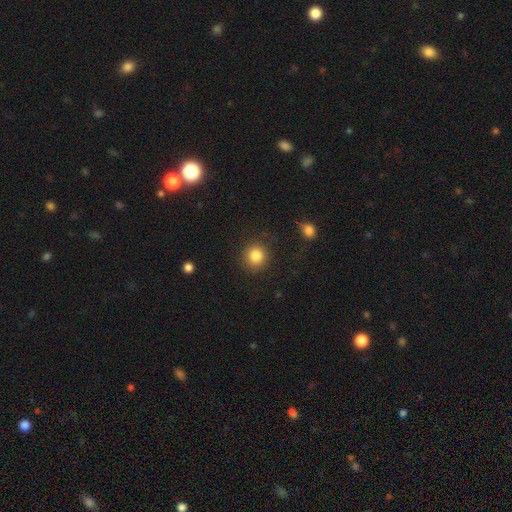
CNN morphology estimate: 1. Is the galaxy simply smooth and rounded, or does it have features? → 85% smooth, 10% star or artifact, 5% featured or disk.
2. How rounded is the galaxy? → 89% round, 10% in between, 1% cigar-shaped.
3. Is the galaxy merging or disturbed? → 87% none, 8% minor disturbance, 3% major disturbance, 2% merger.